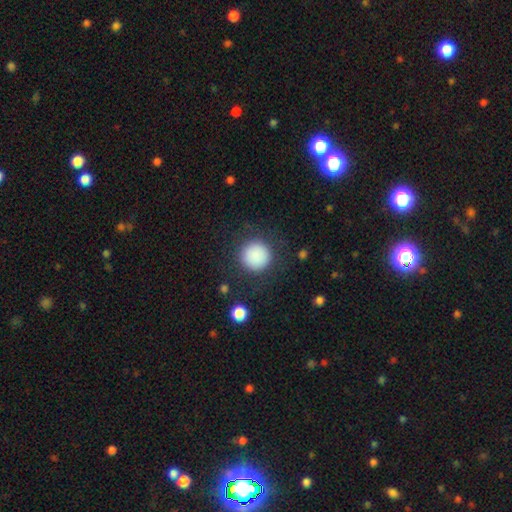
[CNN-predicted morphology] A smooth galaxy with no disk features (88%) that is round (95%). Merging: none (86%).